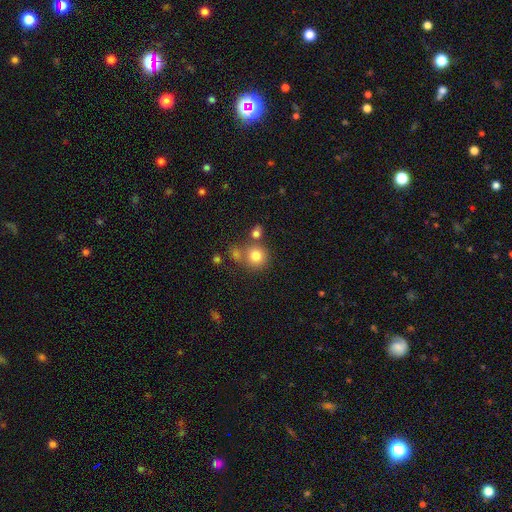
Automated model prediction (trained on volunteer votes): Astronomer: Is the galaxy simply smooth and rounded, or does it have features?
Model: smooth — 81%.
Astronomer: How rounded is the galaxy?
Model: round — 88%.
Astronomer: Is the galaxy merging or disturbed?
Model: none — 64%.